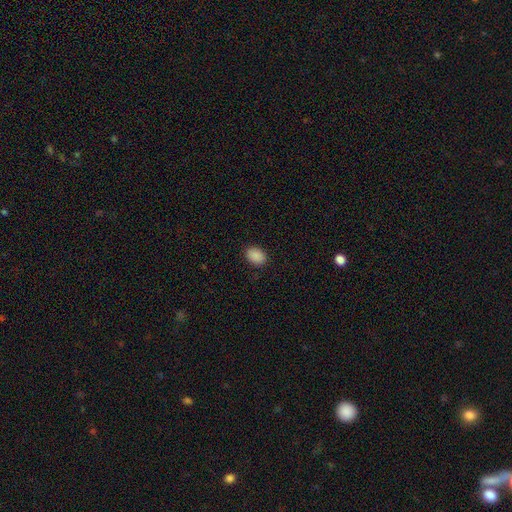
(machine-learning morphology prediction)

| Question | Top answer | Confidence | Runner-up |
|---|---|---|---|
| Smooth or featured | smooth | 89% | star or artifact (9%) |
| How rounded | in between | 77% | round (22%) |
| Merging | none | 88% | minor disturbance (9%) |